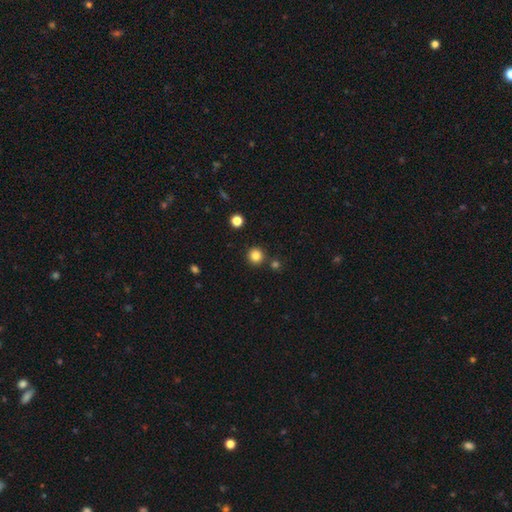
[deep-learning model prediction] Smooth or featured? smooth (83%)
How rounded? round (94%)
Merging? none (87%)